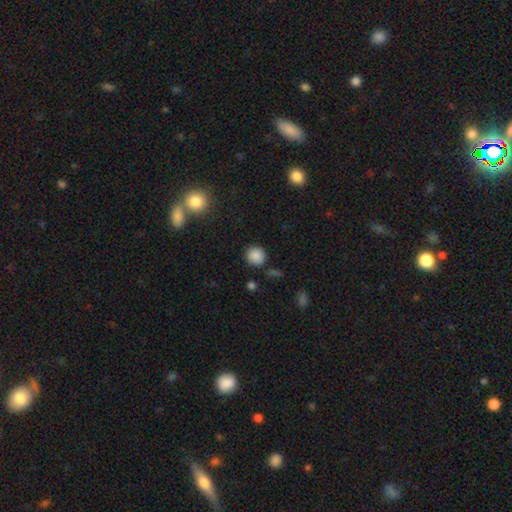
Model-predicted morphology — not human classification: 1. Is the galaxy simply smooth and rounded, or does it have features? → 86% smooth, 10% star or artifact, 4% featured or disk.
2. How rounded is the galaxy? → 89% round, 10% in between, 1% cigar-shaped.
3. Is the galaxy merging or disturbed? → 84% none, 10% minor disturbance, 3% merger, 3% major disturbance.